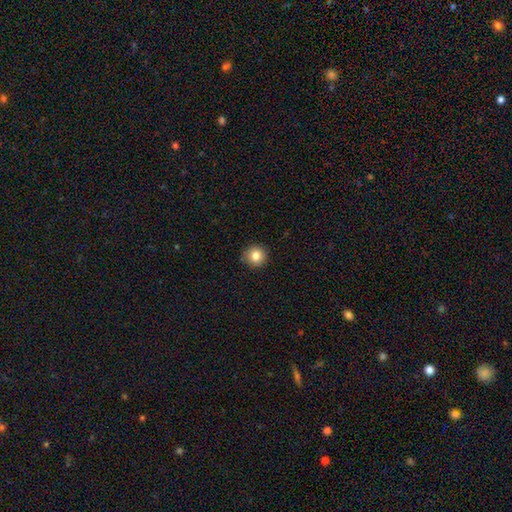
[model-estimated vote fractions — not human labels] Smooth or featured?
  - smooth: 83% *
  - star or artifact: 10%
  - featured or disk: 7%
How rounded?
  - round: 95% *
  - in between: 4%
  - cigar-shaped: 1%
Merging?
  - none: 89% *
  - minor disturbance: 8%
  - major disturbance: 2%
  - merger: 1%